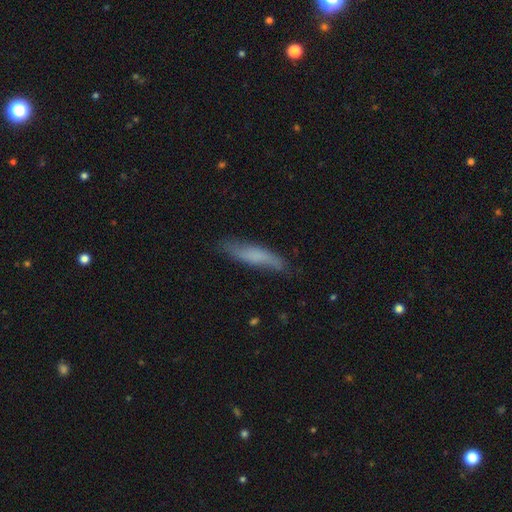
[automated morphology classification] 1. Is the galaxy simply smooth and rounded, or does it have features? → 65% smooth, 27% featured or disk, 7% star or artifact.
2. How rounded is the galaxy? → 82% cigar-shaped, 16% in between, 2% round.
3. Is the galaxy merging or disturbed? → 74% none, 20% minor disturbance, 4% major disturbance, 2% merger.